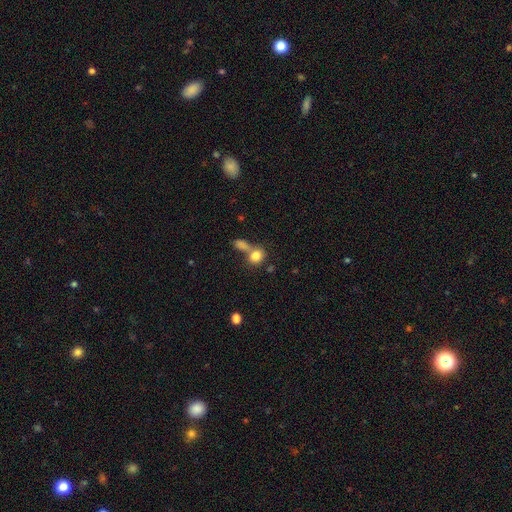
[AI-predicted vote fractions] smooth-or-featured: smooth: 81% | star or artifact: 10% | featured or disk: 8%
  how-rounded: round: 66% | in between: 33% | cigar-shaped: 2%
  merging: none: 44% | merger: 41% | minor disturbance: 10% | major disturbance: 5%